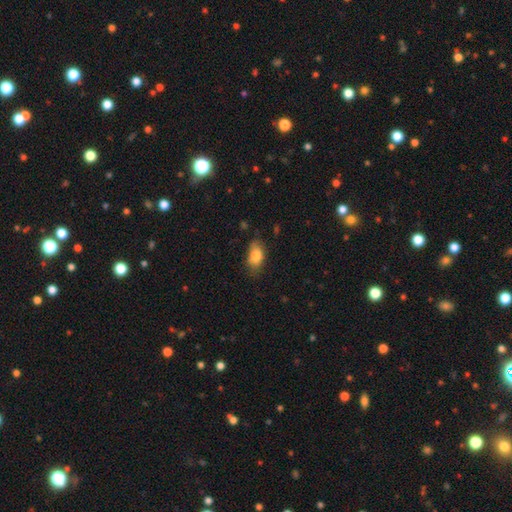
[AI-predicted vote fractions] The model was most divided on "merging": none: 71%, minor disturbance: 22%, major disturbance: 5%, merger: 1%. More confident: how rounded — in between (87%); smooth or featured — smooth (81%).